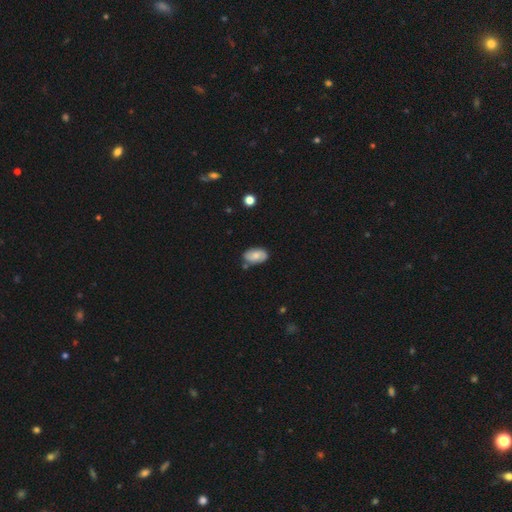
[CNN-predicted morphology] smooth_or_featured: smooth (p=0.65) [alt: featured or disk p=0.27]
how_rounded: in between (p=0.92) [alt: round p=0.06]
merging: none (p=0.73) [alt: minor disturbance p=0.19]